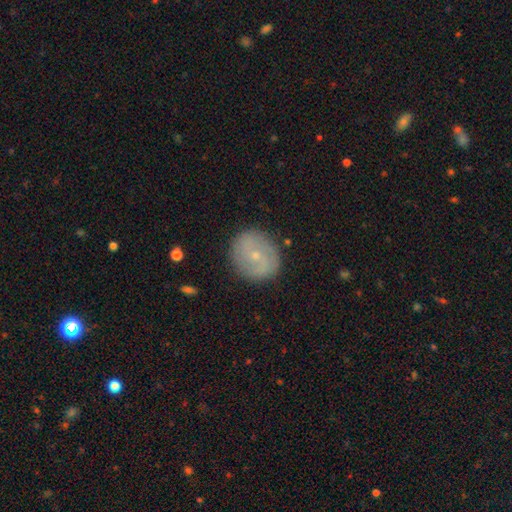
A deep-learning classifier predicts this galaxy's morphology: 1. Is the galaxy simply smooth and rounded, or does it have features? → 52% featured or disk, 39% smooth, 10% star or artifact.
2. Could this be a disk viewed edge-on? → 96% no, 4% yes.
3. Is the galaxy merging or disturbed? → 85% none, 11% minor disturbance, 3% major disturbance, 1% merger.